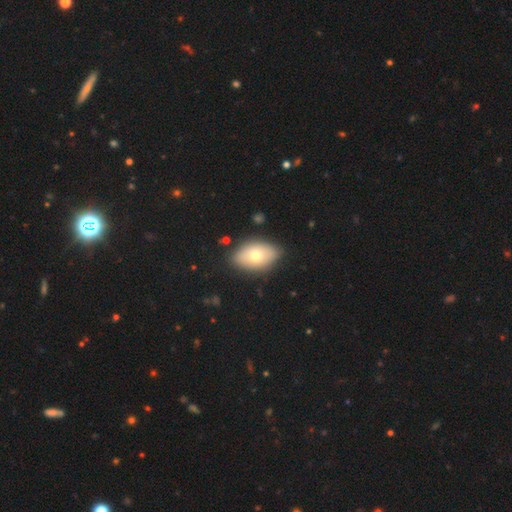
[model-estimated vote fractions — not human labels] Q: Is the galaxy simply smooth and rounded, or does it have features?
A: smooth — 70%.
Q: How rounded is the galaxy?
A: in between — 88%.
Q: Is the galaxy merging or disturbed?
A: none — 82%.